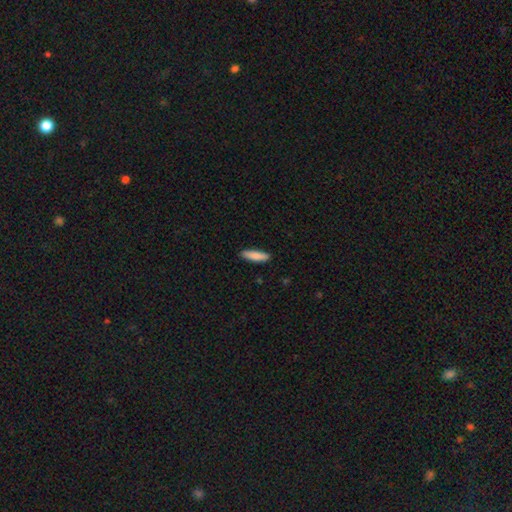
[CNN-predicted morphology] The model was most divided on "how rounded": cigar-shaped: 67%, in between: 31%, round: 1%. More confident: merging — none (88%); smooth or featured — smooth (87%).